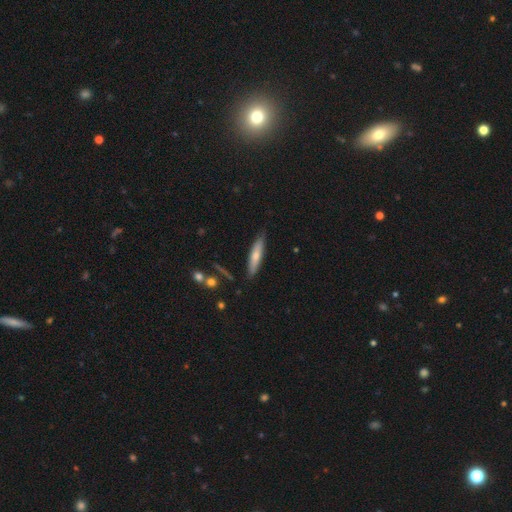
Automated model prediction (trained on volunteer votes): The model was most divided on "smooth or featured": smooth: 61%, featured or disk: 33%, star or artifact: 6%. More confident: merging — none (83%); how rounded — cigar-shaped (82%).